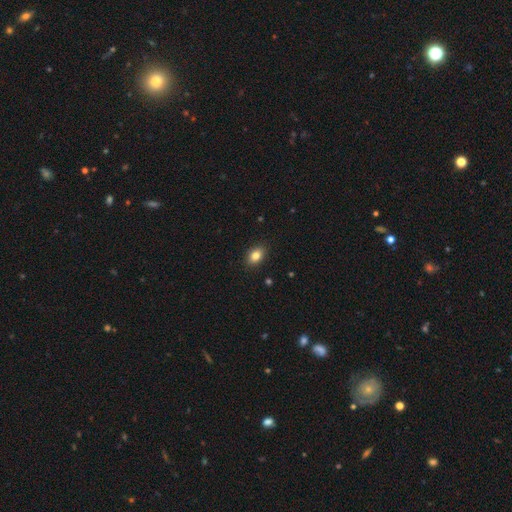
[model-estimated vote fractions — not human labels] Smooth or featured? smooth (83%)
How rounded? in between (77%)
Merging? none (89%)